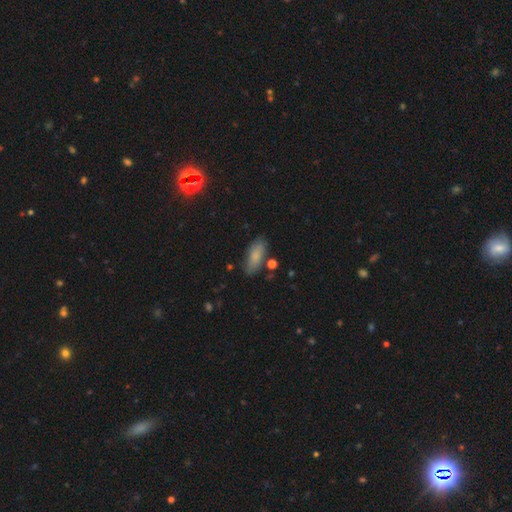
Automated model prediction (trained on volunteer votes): Smooth or featured: smooth — 80% (featured or disk — 12%)
How rounded: in between — 73% (cigar-shaped — 25%)
Merging: none — 78% (minor disturbance — 15%)